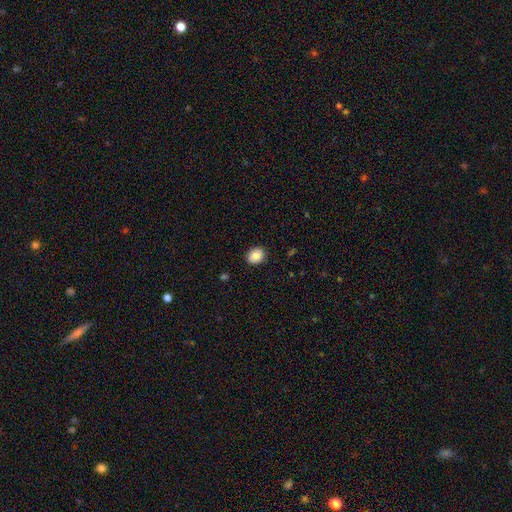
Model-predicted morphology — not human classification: This is clearly a smooth galaxy (85%). How rounded: possibly round (56%). Merging: clearly none (89%).